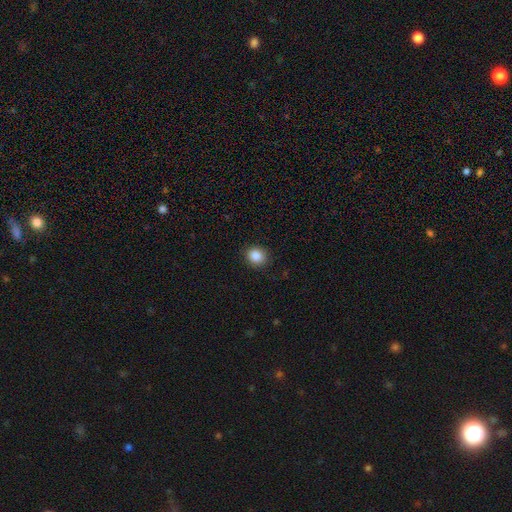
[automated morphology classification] Smooth or featured? Predicted: smooth (p=0.87). How rounded? Predicted: round (p=0.78). Merging? Predicted: none (p=0.89).